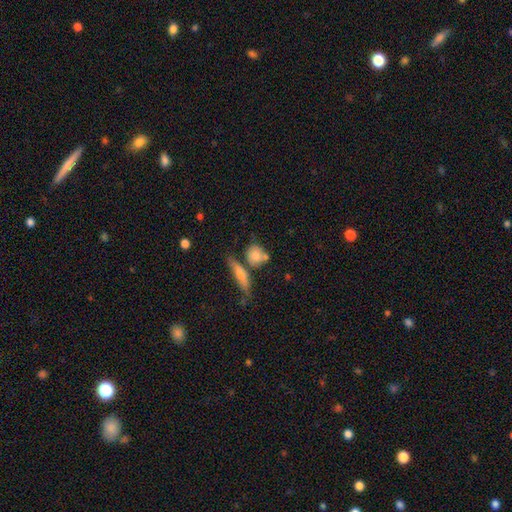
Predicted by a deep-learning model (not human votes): The model was most divided on "merging": none: 55%, merger: 24%, minor disturbance: 15%, major disturbance: 6%. More confident: smooth or featured — smooth (77%); how rounded — round (64%).